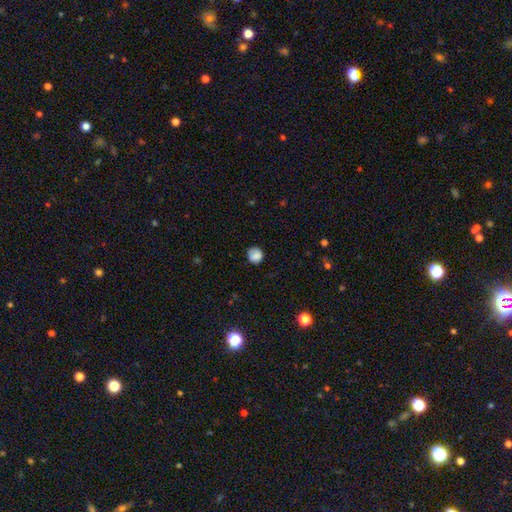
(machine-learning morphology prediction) This is clearly a smooth galaxy (83%). How rounded: clearly round (85%). Merging: likely none (72%).